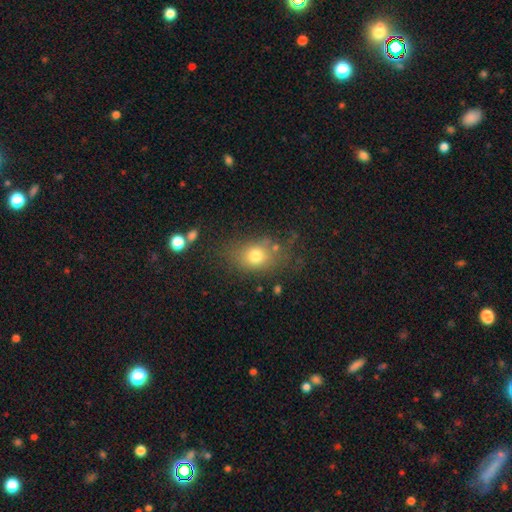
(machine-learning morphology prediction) Q: Smooth or featured?
A: smooth (73%); runner-up: star or artifact (14%)
Q: How rounded?
A: in between (57%); runner-up: round (41%)
Q: Merging?
A: none (65%); runner-up: minor disturbance (19%)